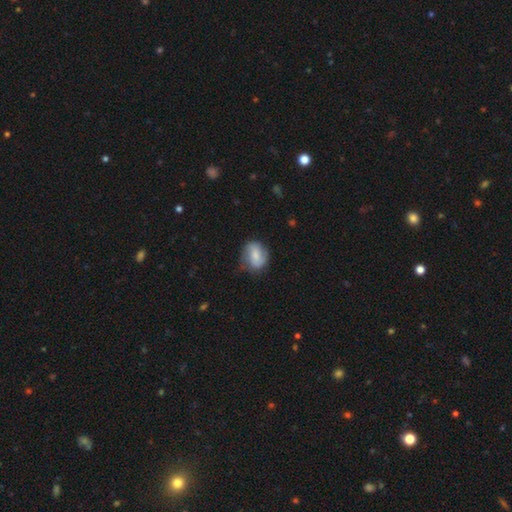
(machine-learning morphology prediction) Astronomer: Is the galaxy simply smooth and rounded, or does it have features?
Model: smooth — 64%.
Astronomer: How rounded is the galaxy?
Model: in between — 53% (runner-up: round, 45%).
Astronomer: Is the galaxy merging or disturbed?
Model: none — 59%.